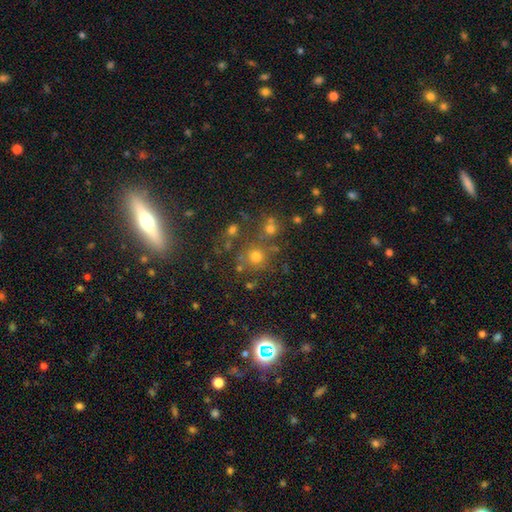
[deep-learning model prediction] smooth-or-featured: smooth: 60% | star or artifact: 29% | featured or disk: 11%
  how-rounded: round: 90% | in between: 9% | cigar-shaped: 1%
  merging: none: 71% | merger: 14% | minor disturbance: 10% | major disturbance: 5%